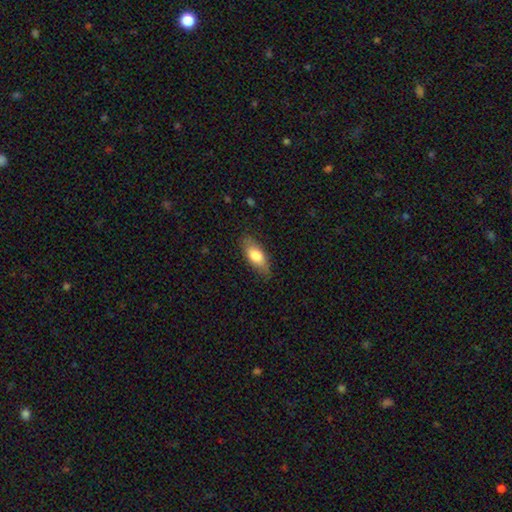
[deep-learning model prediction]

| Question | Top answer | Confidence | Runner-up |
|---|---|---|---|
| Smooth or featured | smooth | 76% | featured or disk (18%) |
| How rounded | in between | 80% | cigar-shaped (17%) |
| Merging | none | 79% | minor disturbance (16%) |